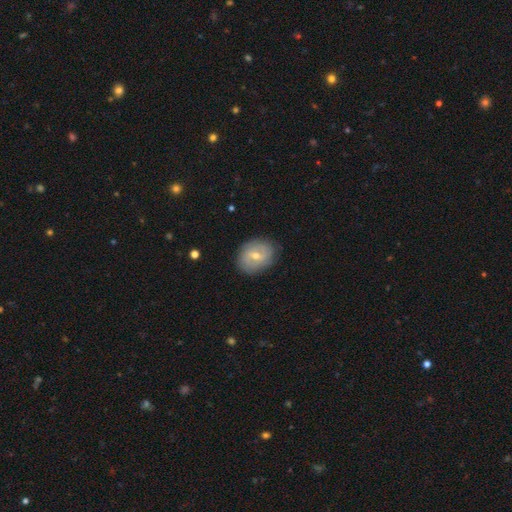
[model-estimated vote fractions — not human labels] A featured or disk galaxy (55%) with a weak bar (57%), spiral arms (64%) and a moderate central bulge (54%).

Vote fractions:
- Smooth or featured? featured or disk: 55% / smooth: 38% / star or artifact: 7%
- Edge-on disk? no: 95% / yes: 5%
- Bar? weak: 57% / no: 26% / strong: 17%
- Spiral arms? yes: 64% / no: 36%
- Bulge size? moderate: 54% / small: 42% / large: 2% / none: 1% / dominant: 1%
- Merging? none: 80% / minor disturbance: 15% / major disturbance: 4% / merger: 1%